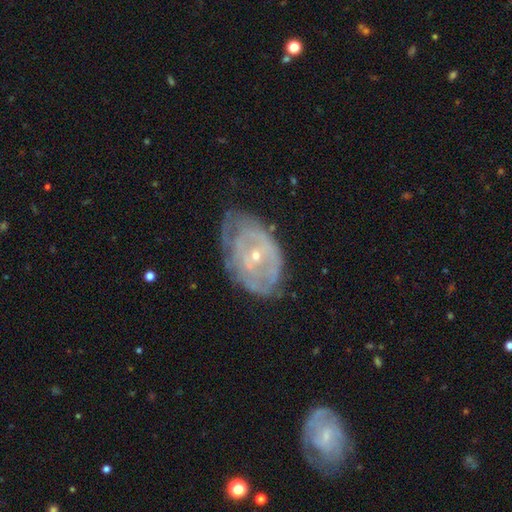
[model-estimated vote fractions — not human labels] featured or disk 74%, smooth 19%, star or artifact 7%. Down the decision tree: edge-on disk — no (95%); bar — no (68%); spiral arms — yes (62%); bulge size — small (72%); merging — none (52%).